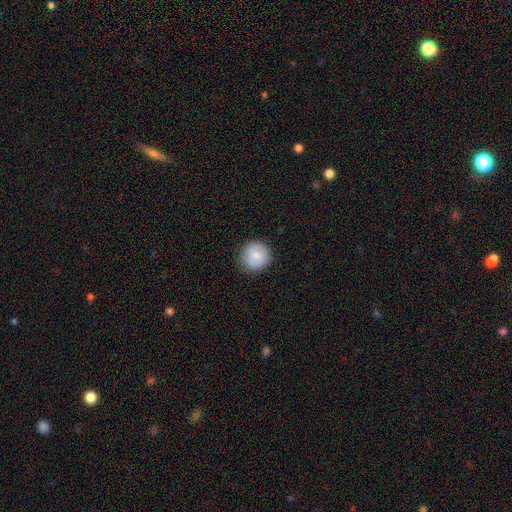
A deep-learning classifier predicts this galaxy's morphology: smooth_or_featured: smooth (p=0.78) [alt: featured or disk p=0.15]
how_rounded: round (p=0.94) [alt: in between p=0.05]
merging: none (p=0.88) [alt: minor disturbance p=0.09]